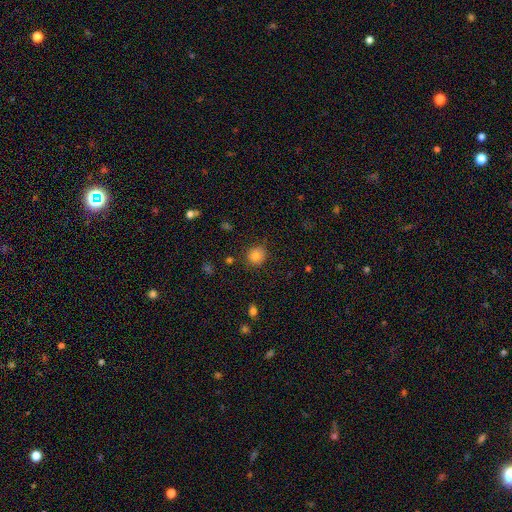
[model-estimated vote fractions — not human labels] smooth-or-featured: smooth: 82% | star or artifact: 11% | featured or disk: 7%
  how-rounded: round: 88% | in between: 11% | cigar-shaped: 1%
  merging: none: 83% | minor disturbance: 11% | major disturbance: 3% | merger: 2%